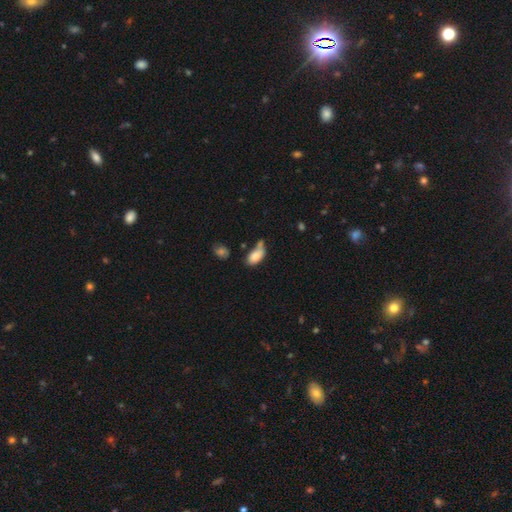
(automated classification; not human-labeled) Smooth or featured?
  - smooth: 78% *
  - featured or disk: 14%
  - star or artifact: 8%
How rounded?
  - in between: 90% *
  - round: 6%
  - cigar-shaped: 4%
Merging?
  - none: 31% * (tied)
  - minor disturbance: 31% * (tied)
  - merger: 21%
  - major disturbance: 16%